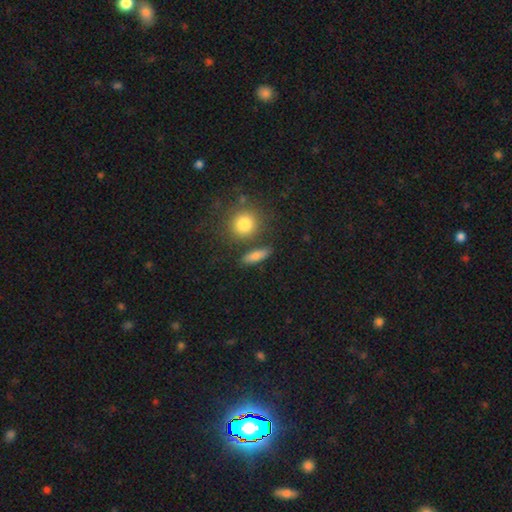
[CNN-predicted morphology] A smooth galaxy with no disk features (78%) that is in between round and cigar-shaped (40%).

Vote fractions:
- Smooth or featured? smooth: 78% / featured or disk: 12% / star or artifact: 10%
- How rounded? in between: 40% / cigar-shaped: 38% / round: 22%
- Merging? none: 79% / minor disturbance: 11% / merger: 7% / major disturbance: 4%